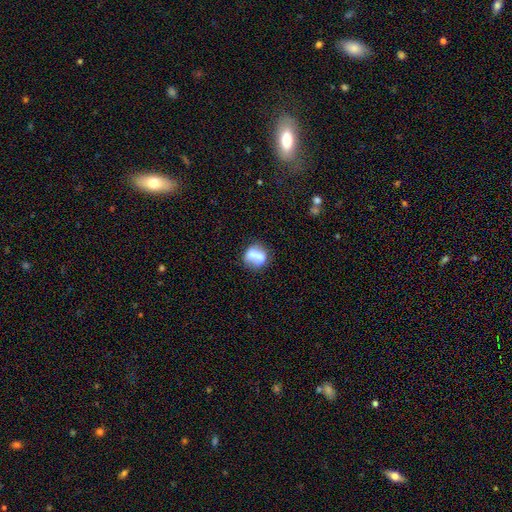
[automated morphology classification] Smooth or featured?
  - smooth: 63% *
  - featured or disk: 28%
  - star or artifact: 9%
How rounded?
  - round: 63% *
  - in between: 35%
  - cigar-shaped: 1%
Merging?
  - merger: 63% *
  - none: 24%
  - minor disturbance: 8%
  - major disturbance: 5%